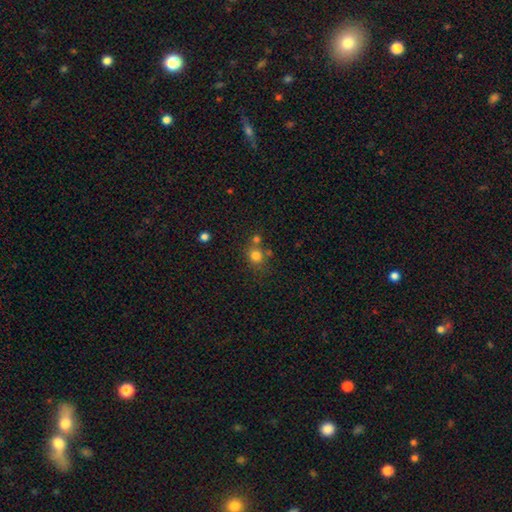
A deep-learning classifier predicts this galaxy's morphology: smooth_or_featured: smooth (p=0.78) [alt: star or artifact p=0.14]
how_rounded: round (p=0.81) [alt: in between p=0.18]
merging: none (p=0.61) [alt: merger p=0.24]